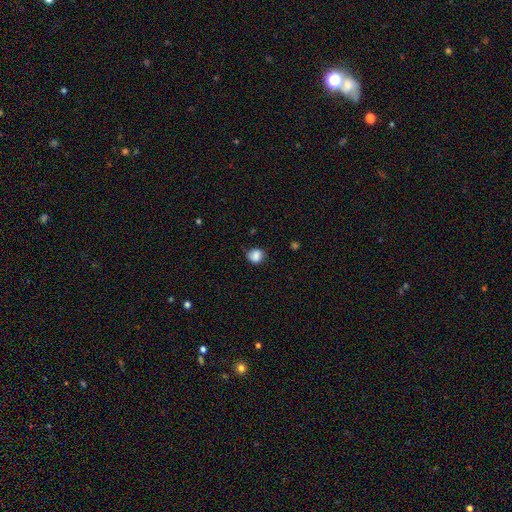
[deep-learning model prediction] This appears to be a smooth galaxy with no disk features (85%) that is round (74%). Merging: none (68%).